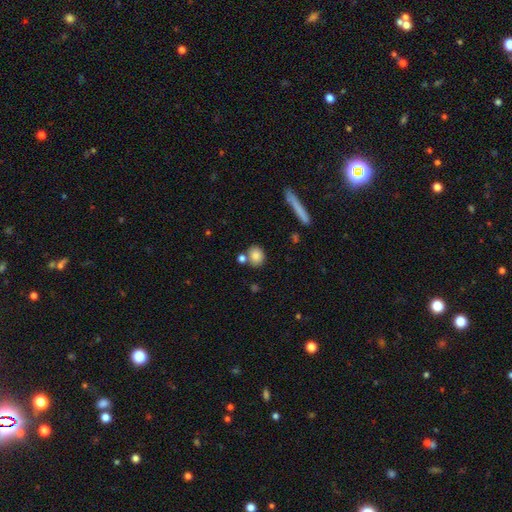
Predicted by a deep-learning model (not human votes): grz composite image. It shows a smooth galaxy with no disk features (83%) that is round (68%). Merging: none (70%).